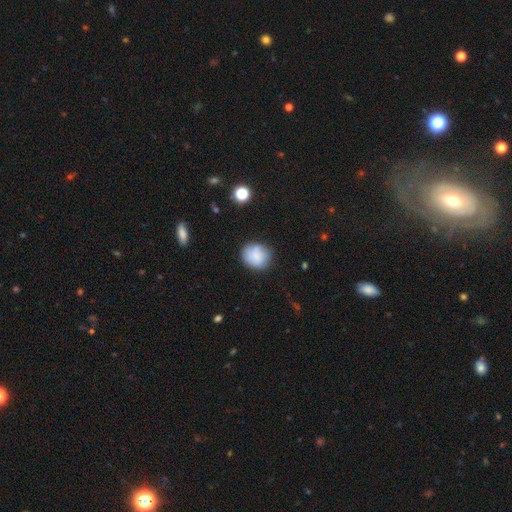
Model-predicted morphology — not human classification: Q: Smooth or featured?
A: smooth (79%); runner-up: featured or disk (13%)
Q: How rounded?
A: round (71%); runner-up: in between (28%)
Q: Merging?
A: none (72%); runner-up: minor disturbance (19%)